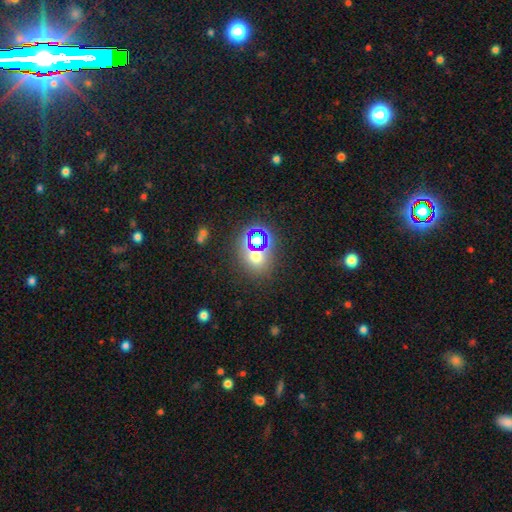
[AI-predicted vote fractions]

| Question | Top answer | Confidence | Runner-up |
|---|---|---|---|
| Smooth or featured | smooth | 46% | star or artifact (43%) |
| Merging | none | 69% | merger (15%) |